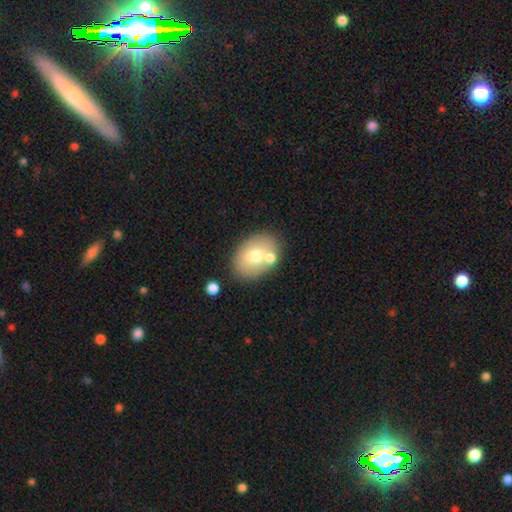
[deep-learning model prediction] Overall: smooth (67%). How rounded: in between (76%). Merging: none (67%).